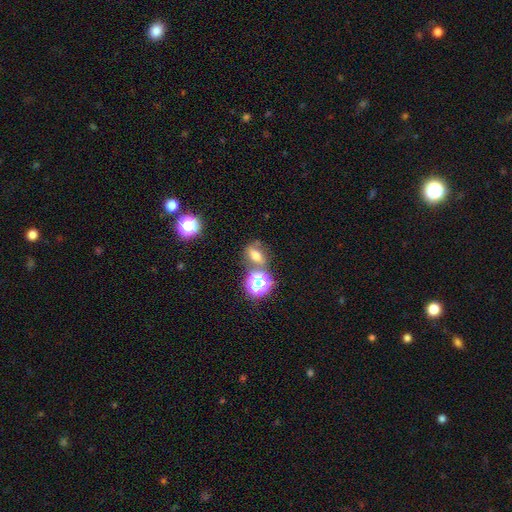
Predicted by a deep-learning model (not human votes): smooth 57%, star or artifact 25%, featured or disk 17%. Down the decision tree: how rounded — in between (62%); merging — none (58%).